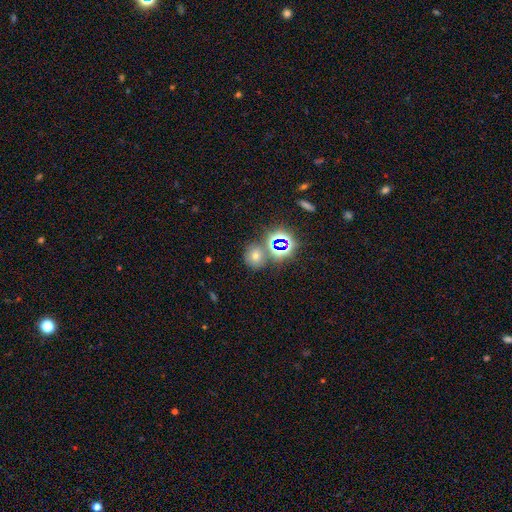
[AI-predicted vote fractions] This appears to be a smooth galaxy with no disk features (49%). Merging: none (72%).